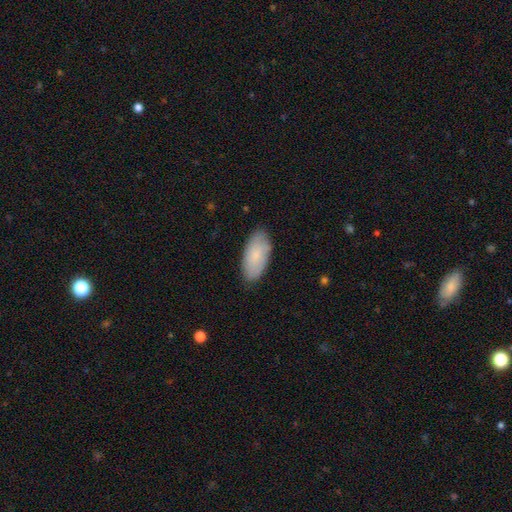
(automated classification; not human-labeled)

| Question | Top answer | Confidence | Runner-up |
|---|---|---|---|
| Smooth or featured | smooth | 80% | featured or disk (14%) |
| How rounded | in between | 92% | cigar-shaped (6%) |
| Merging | none | 83% | minor disturbance (14%) |